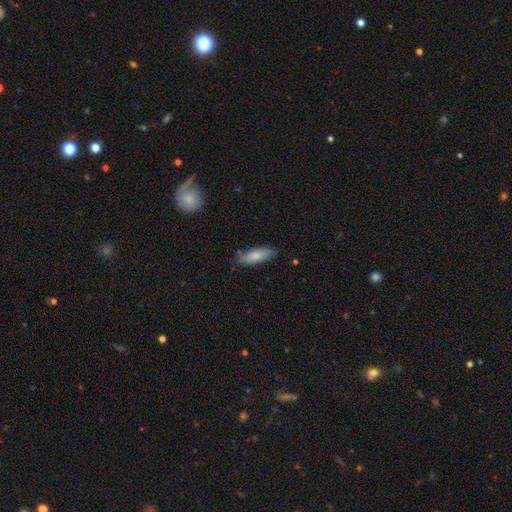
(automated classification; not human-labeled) Smooth or featured: smooth — 82% (featured or disk — 13%)
How rounded: in between — 60% (cigar-shaped — 38%)
Merging: none — 81% (minor disturbance — 15%)